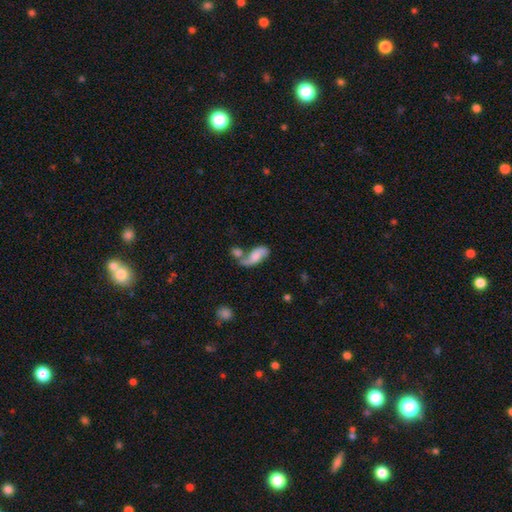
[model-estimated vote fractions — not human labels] Smooth or featured? featured or disk (48%)
Merging? merger (41%)